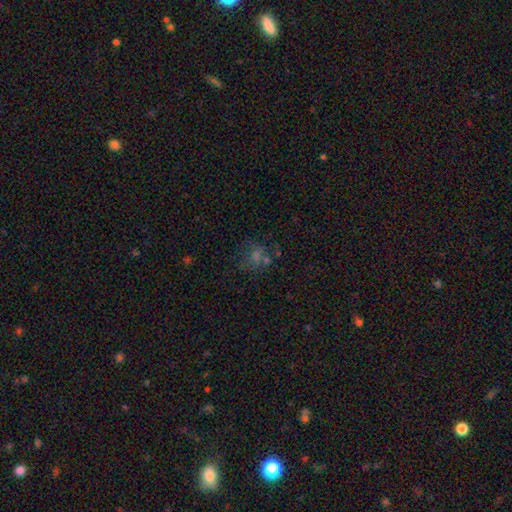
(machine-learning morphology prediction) This appears to be a smooth galaxy with no disk features (43%). Merging: none (63%).